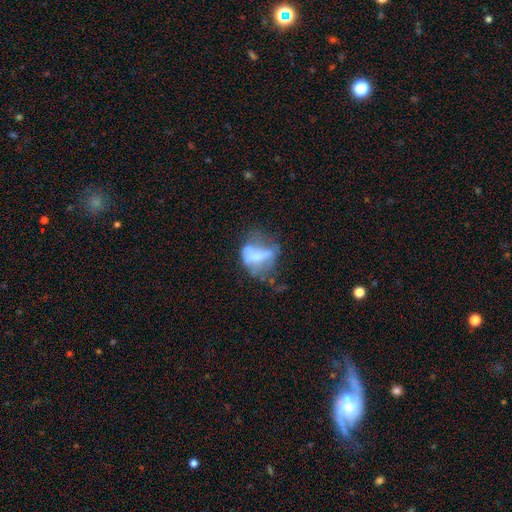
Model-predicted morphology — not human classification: Q: Smooth or featured?
A: featured or disk (47%); runner-up: smooth (41%)
Q: Merging?
A: major disturbance (40%); runner-up: none (28%)